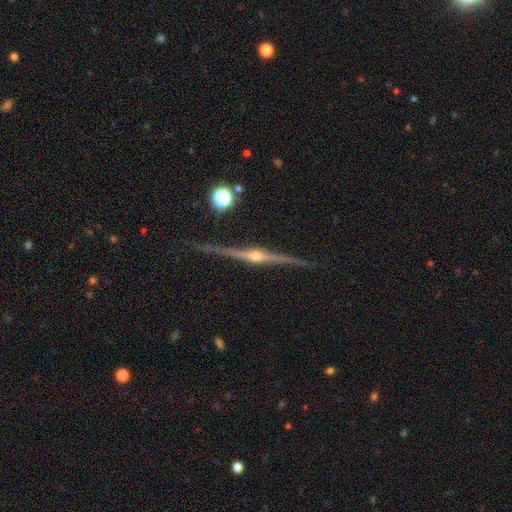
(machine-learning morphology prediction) Smooth or featured? featured or disk (89%)
Edge-on disk? yes (98%)
Edge-on bulge? rounded (95%)
Merging? none (88%)